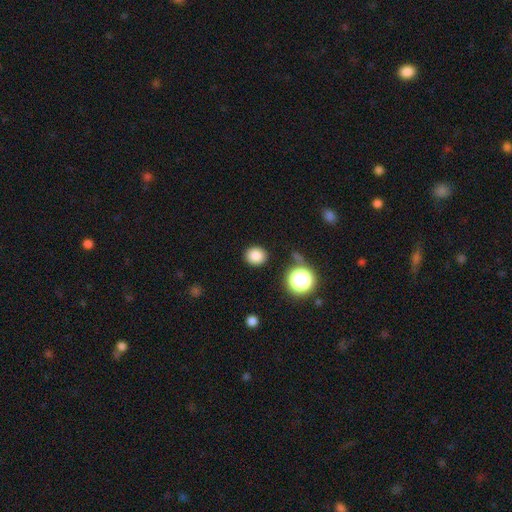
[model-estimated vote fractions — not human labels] smooth_or_featured: smooth (p=0.84) [alt: star or artifact p=0.12]
how_rounded: round (p=0.77) [alt: in between p=0.22]
merging: none (p=0.87) [alt: minor disturbance p=0.08]